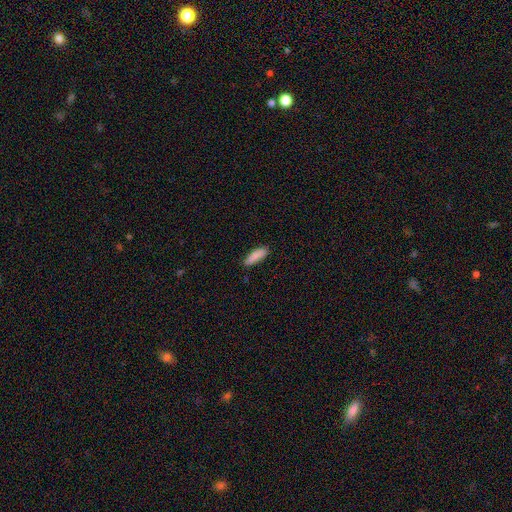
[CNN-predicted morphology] The model was most divided on "how rounded": cigar-shaped: 50%, in between: 48%, round: 2%. More confident: smooth or featured — smooth (87%); merging — none (85%).